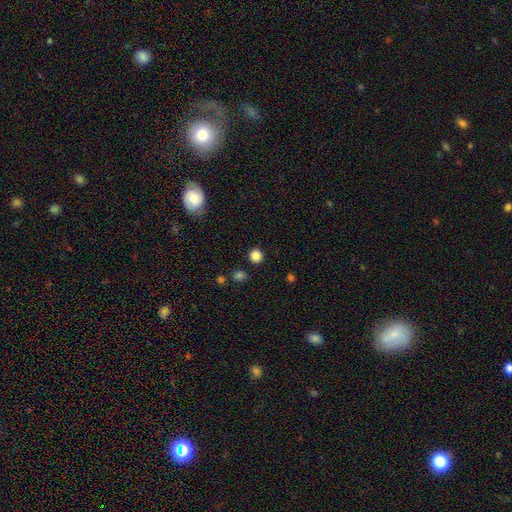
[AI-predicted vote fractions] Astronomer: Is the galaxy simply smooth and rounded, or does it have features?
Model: smooth — 85%.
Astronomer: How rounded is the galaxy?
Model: round — 90%.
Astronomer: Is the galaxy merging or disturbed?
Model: none — 90%.